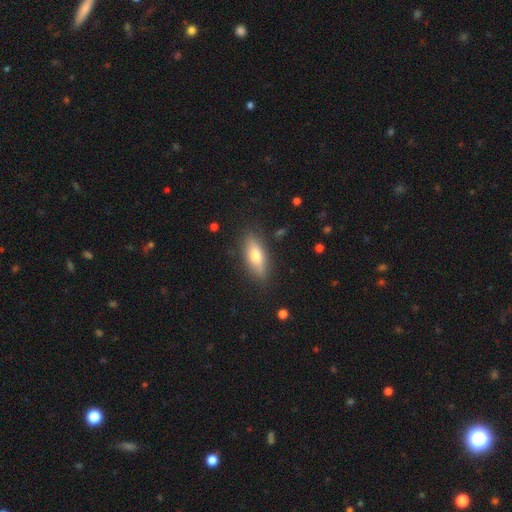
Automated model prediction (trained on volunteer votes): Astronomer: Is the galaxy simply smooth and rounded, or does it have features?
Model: smooth — 62%.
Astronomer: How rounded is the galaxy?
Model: in between — 65%.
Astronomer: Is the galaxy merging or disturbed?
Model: none — 85%.